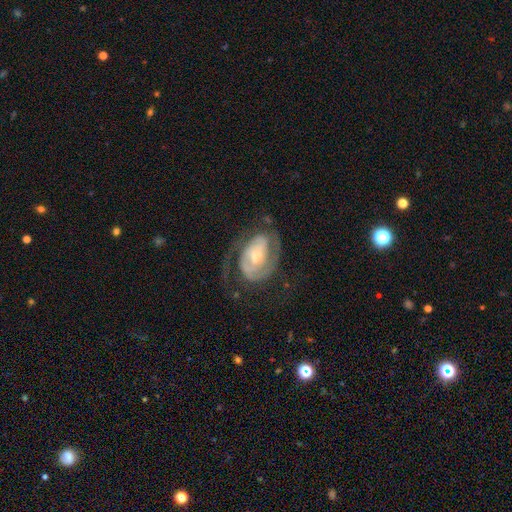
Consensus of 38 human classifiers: This appears to be a featured or disk galaxy (76%) with no bar (48%), 1 (41%) tight (52%) spiral arms (100%) and a moderate central bulge (48%). Merging: major disturbance (56%).